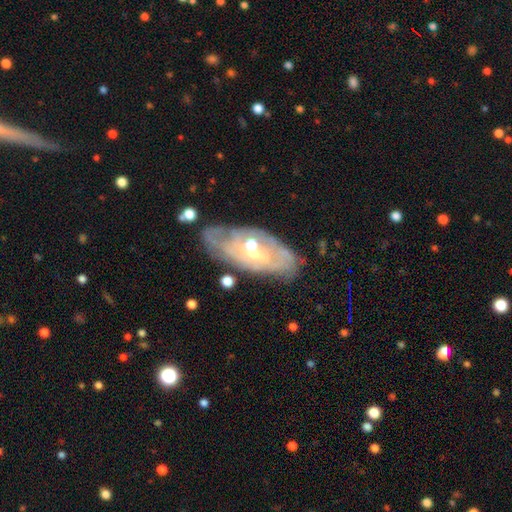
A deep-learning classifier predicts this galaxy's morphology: Smooth or featured? Predicted: featured or disk (p=0.74). Edge-on disk? Predicted: no (p=0.90). Bar? Predicted: no (p=0.56). Spiral arms? Predicted: yes (p=0.67). Bulge size? Predicted: moderate (p=0.52). Merging? Predicted: none (p=0.61).